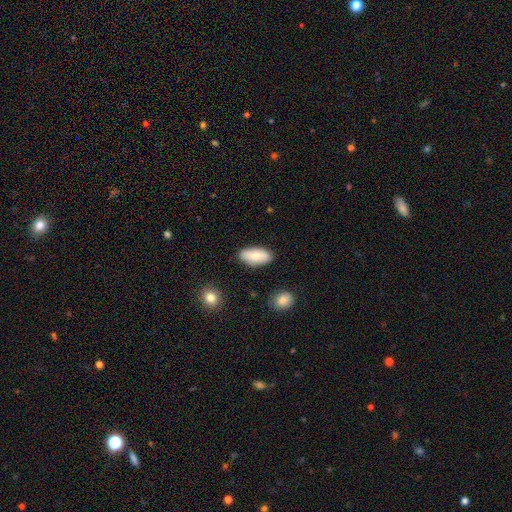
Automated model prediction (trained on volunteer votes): Smooth or featured? Predicted: smooth (p=0.81). How rounded? Predicted: in between (p=0.90). Merging? Predicted: none (p=0.85).